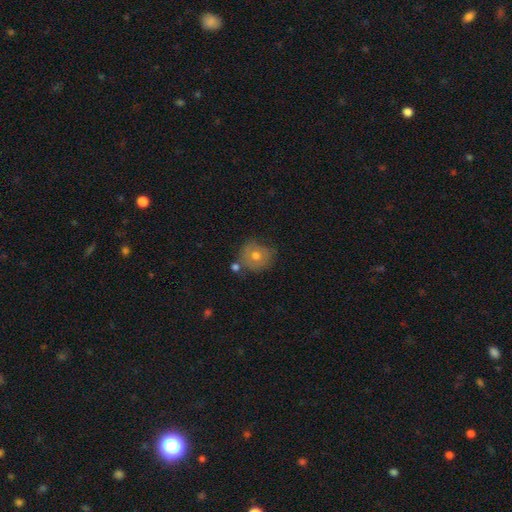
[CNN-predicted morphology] Smooth or featured?
  - smooth: 52% *
  - featured or disk: 36%
  - star or artifact: 12%
How rounded?
  - round: 85% *
  - in between: 14%
  - cigar-shaped: 1%
Merging?
  - none: 65% *
  - minor disturbance: 20%
  - merger: 9%
  - major disturbance: 6%